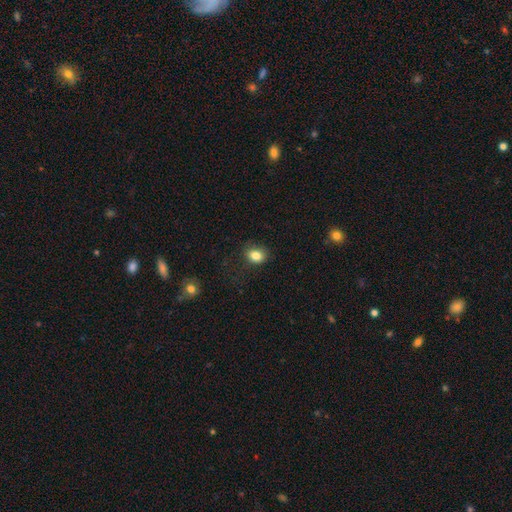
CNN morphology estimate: This is clearly a smooth galaxy (83%). How rounded: possibly in between (51%). Merging: likely none (76%).